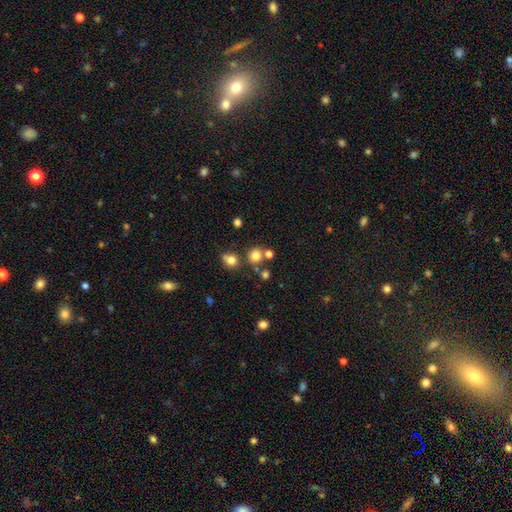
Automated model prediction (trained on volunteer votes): A smooth galaxy with no disk features (76%) that is round (88%).

Vote fractions:
- Smooth or featured? smooth: 76% / star or artifact: 16% / featured or disk: 7%
- How rounded? round: 88% / in between: 11% / cigar-shaped: 1%
- Merging? none: 68% / merger: 19% / minor disturbance: 9% / major disturbance: 4%